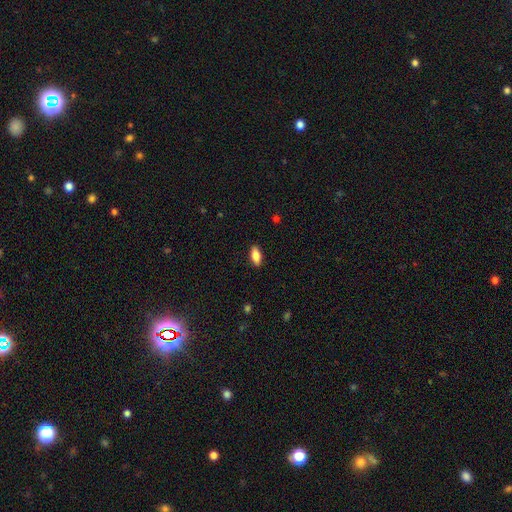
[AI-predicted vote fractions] A smooth galaxy with no disk features (83%) that is in between round and cigar-shaped (84%). Merging: none (89%).